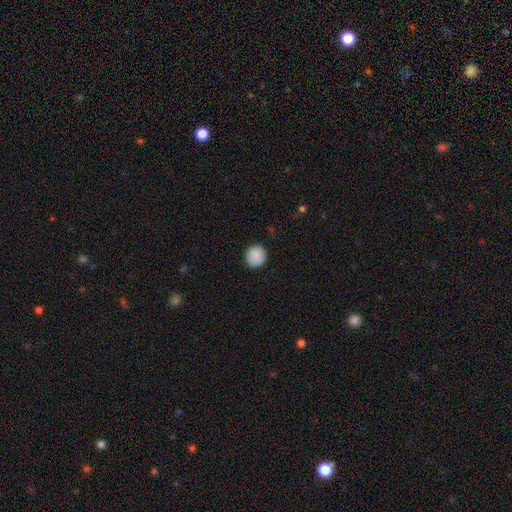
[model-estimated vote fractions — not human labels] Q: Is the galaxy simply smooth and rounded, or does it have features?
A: smooth — 88%.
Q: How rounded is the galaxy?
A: round — 90%.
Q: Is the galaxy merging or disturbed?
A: none — 88%.